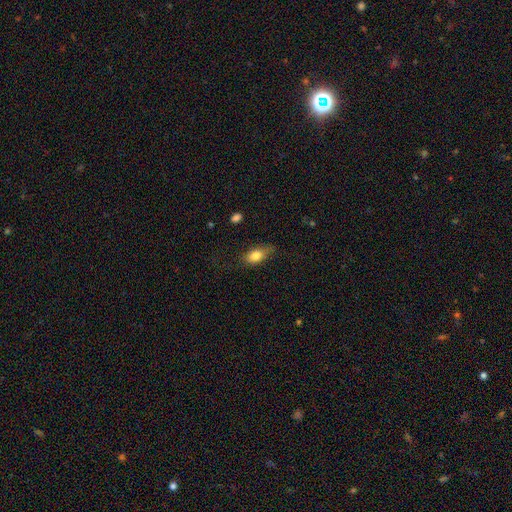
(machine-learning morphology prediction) smooth 80%, featured or disk 13%, star or artifact 8%. Down the decision tree: how rounded — in between (84%); merging — none (63%).